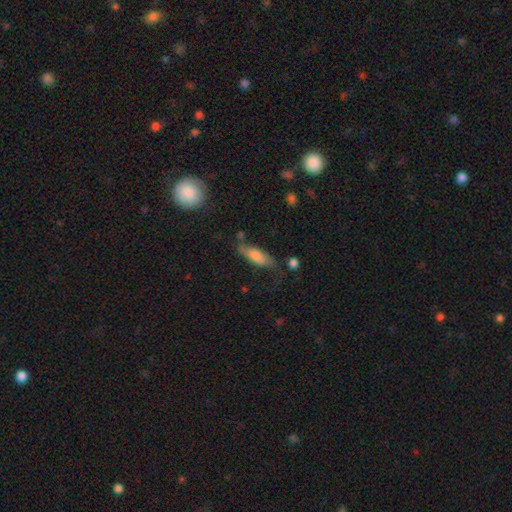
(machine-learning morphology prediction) The model was most divided on "how rounded": in between: 52%, cigar-shaped: 46%, round: 3%. More confident: smooth or featured — smooth (67%); merging — none (61%).